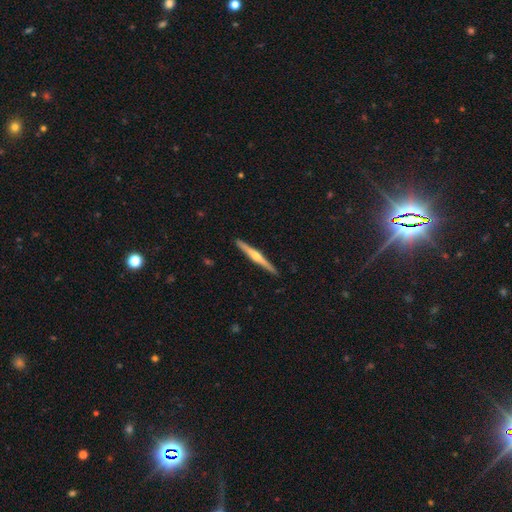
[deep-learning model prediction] This appears to be a featured or disk galaxy (73%) viewed edge-on (98%) with a rounded central bulge (86%). Merging: none (92%).